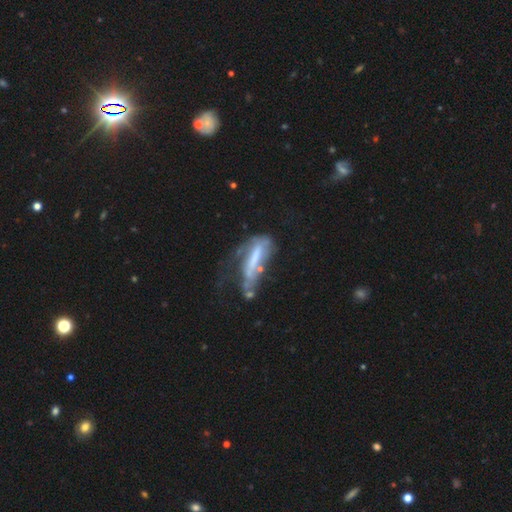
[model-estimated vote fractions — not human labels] featured or disk 56%, smooth 33%, star or artifact 11%. Down the decision tree: edge-on disk — no (71%); merging — major disturbance (42%).